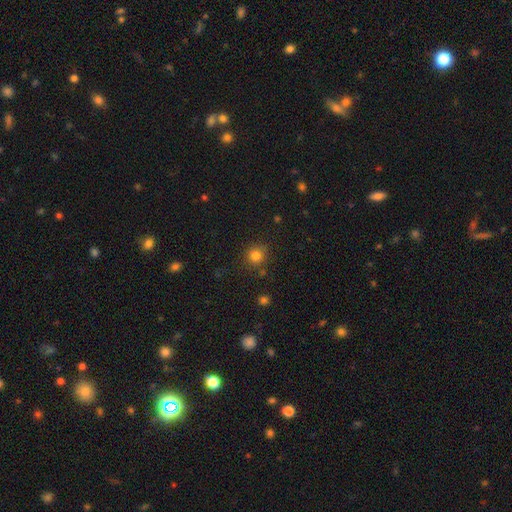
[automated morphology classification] smooth 80%, star or artifact 14%, featured or disk 6%. Down the decision tree: how rounded — round (91%); merging — none (84%).